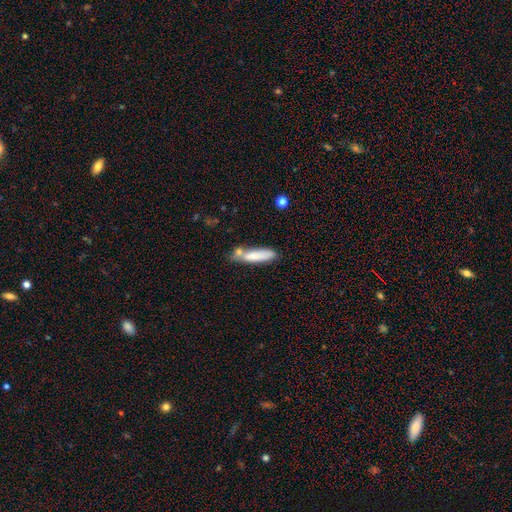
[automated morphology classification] Smooth or featured: smooth — 78% (featured or disk — 16%)
How rounded: cigar-shaped — 73% (in between — 25%)
Merging: none — 52% (merger — 22%)